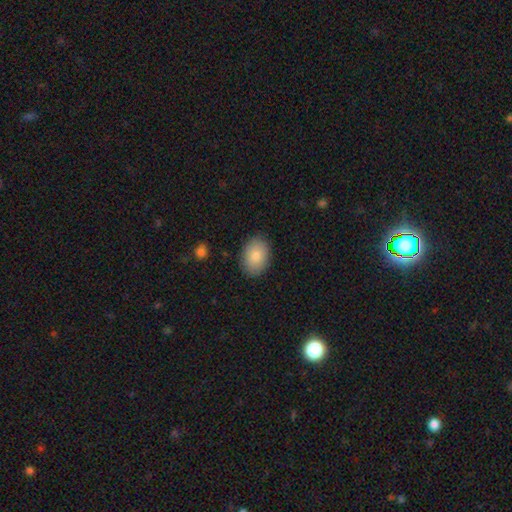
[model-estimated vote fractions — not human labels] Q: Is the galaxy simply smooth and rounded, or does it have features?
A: smooth — 81%.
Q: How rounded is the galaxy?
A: in between — 79%.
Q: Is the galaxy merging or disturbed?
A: none — 88%.